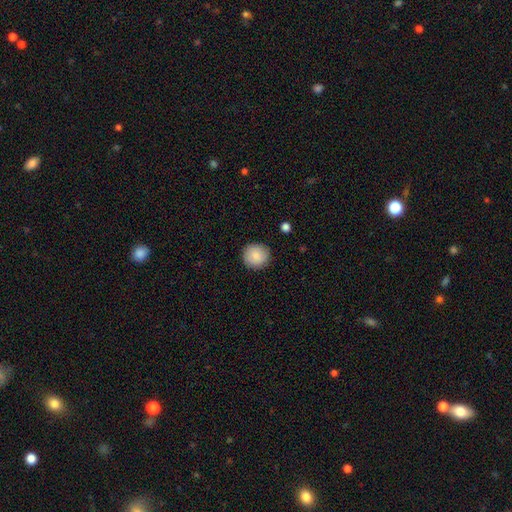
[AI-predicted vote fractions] Morphology: type=smooth (86%); roundness=round (92%); merging=none (89%).